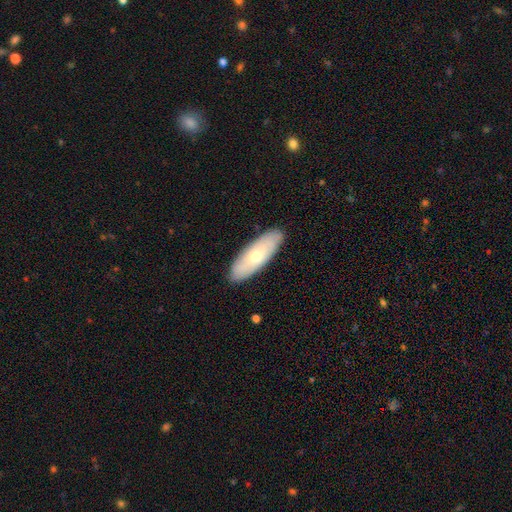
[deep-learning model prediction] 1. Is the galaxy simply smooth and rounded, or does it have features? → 61% smooth, 33% featured or disk, 5% star or artifact.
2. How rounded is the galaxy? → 62% in between, 35% cigar-shaped, 2% round.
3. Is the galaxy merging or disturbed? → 89% none, 8% minor disturbance, 2% major disturbance, 1% merger.